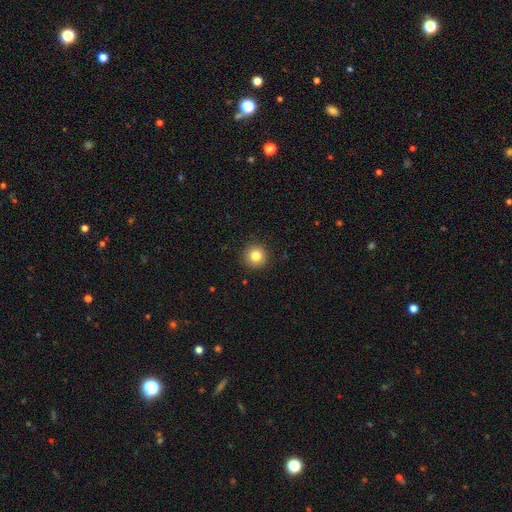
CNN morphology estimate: smooth 83%, star or artifact 11%, featured or disk 7%. Down the decision tree: how rounded — round (95%); merging — none (91%).